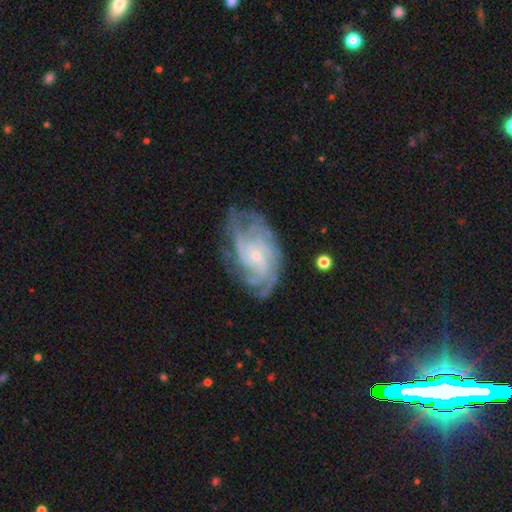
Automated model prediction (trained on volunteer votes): featured or disk 86%, smooth 7%, star or artifact 6%. Down the decision tree: edge-on disk — no (96%); bar — no (69%); spiral arms — yes (96%); spiral arm count — can't tell (31%); spiral winding — tight (61%); bulge size — small (75%); merging — none (71%).